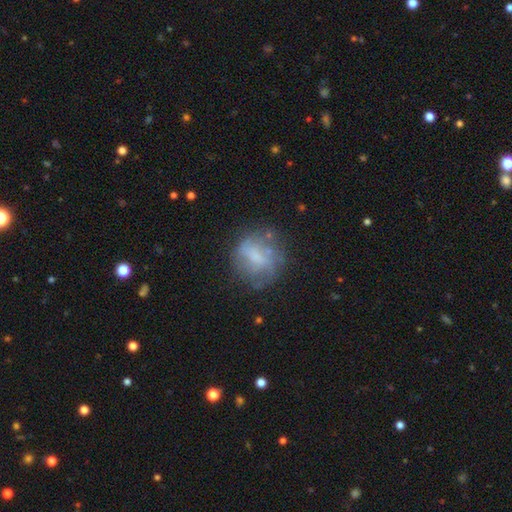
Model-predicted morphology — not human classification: Smooth or featured: smooth — 50% (featured or disk — 38%)
Merging: none — 61% (minor disturbance — 21%)